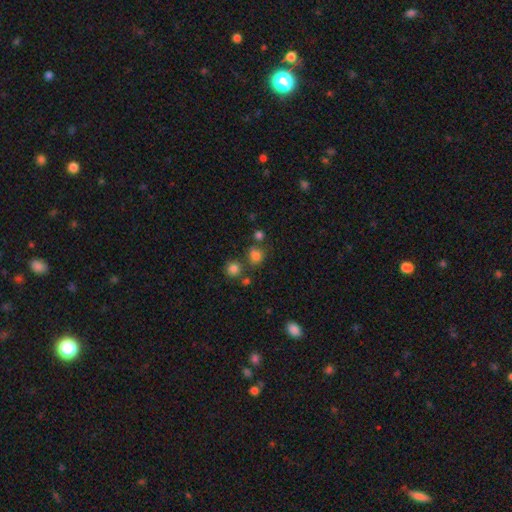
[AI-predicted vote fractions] Q: Smooth or featured?
A: smooth (74%); runner-up: star or artifact (18%)
Q: How rounded?
A: round (67%); runner-up: in between (31%)
Q: Merging?
A: none (61%); runner-up: merger (17%)